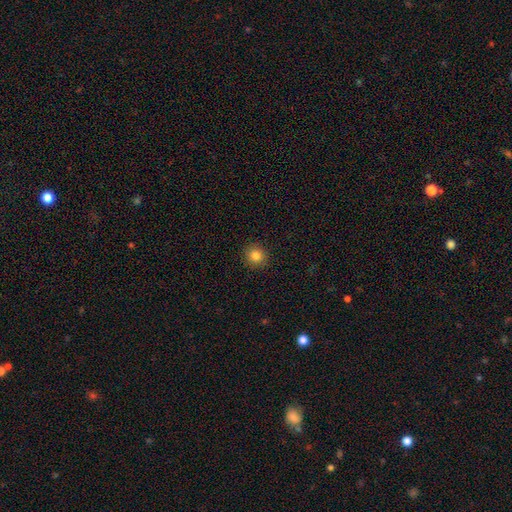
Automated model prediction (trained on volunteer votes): This is clearly a smooth galaxy (83%). How rounded: clearly round (93%). Merging: clearly none (92%).